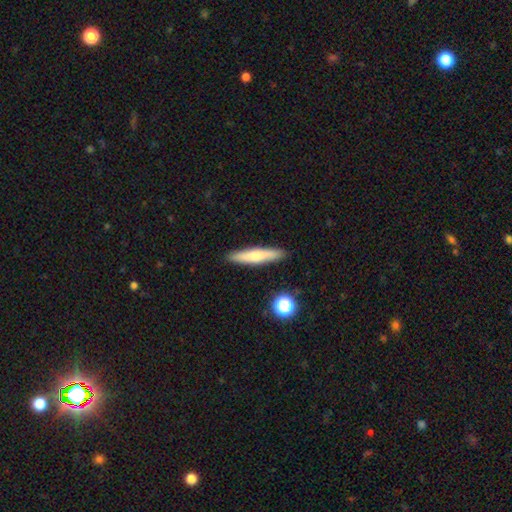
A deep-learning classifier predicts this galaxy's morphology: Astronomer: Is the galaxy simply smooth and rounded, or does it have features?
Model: smooth — 63%.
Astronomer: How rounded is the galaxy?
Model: cigar-shaped — 90%.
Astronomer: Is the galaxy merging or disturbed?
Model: none — 90%.